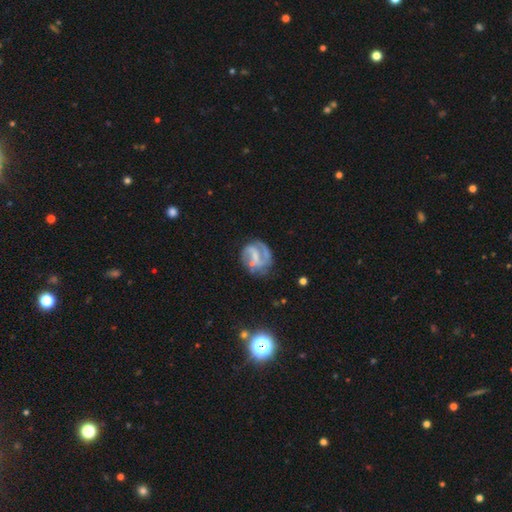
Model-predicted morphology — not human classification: The model was most divided on "bulge size": none: 41%, small: 34%, moderate: 20%, large: 3%, dominant: 1%. Remaining: edge-on disk — no (98%); spiral arms — yes (75%); smooth or featured — featured or disk (71%); spiral arm count — 2 (54%); merging — none (52%); bar — weak (43%); spiral winding — medium (41%).